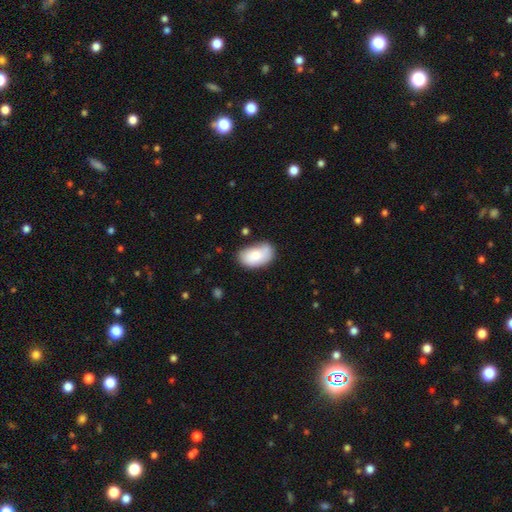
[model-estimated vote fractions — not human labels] smooth_or_featured: smooth (p=0.78) [alt: featured or disk p=0.16]
how_rounded: in between (p=0.93) [alt: round p=0.06]
merging: none (p=0.61) [alt: minor disturbance p=0.27]